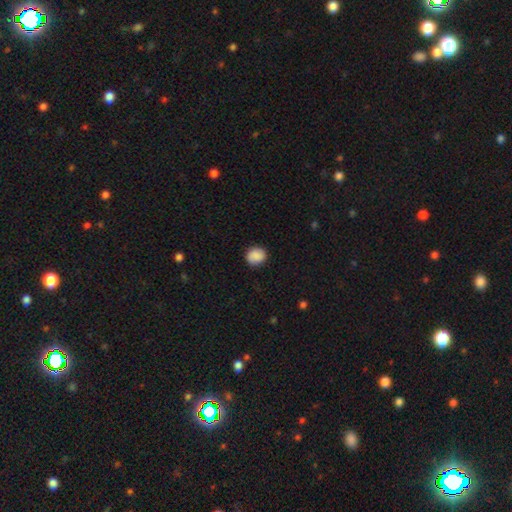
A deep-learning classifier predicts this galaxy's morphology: Smooth or featured: smooth — 89% (star or artifact — 8%)
How rounded: round — 73% (in between — 26%)
Merging: none — 86% (minor disturbance — 11%)